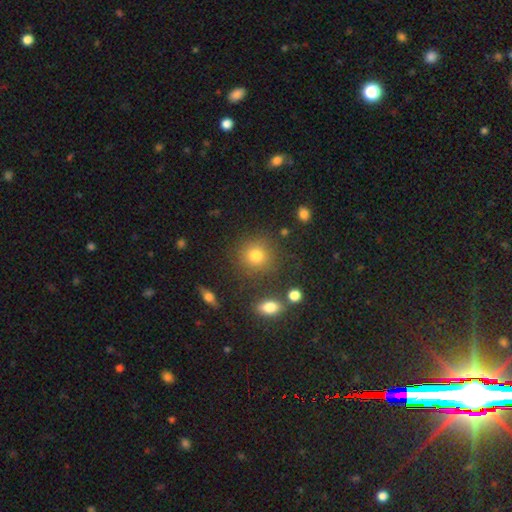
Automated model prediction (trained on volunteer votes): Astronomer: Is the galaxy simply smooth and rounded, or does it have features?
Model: smooth — 77%.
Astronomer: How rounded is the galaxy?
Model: round — 88%.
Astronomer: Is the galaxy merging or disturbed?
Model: none — 82%.